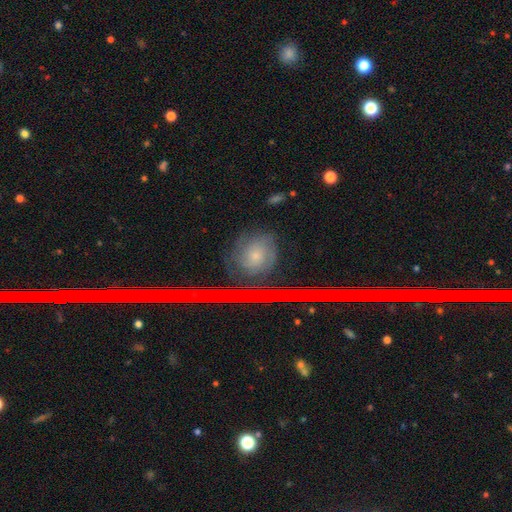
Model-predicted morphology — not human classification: Smooth or featured? Predicted: smooth (p=0.48). Merging? Predicted: none (p=0.76).